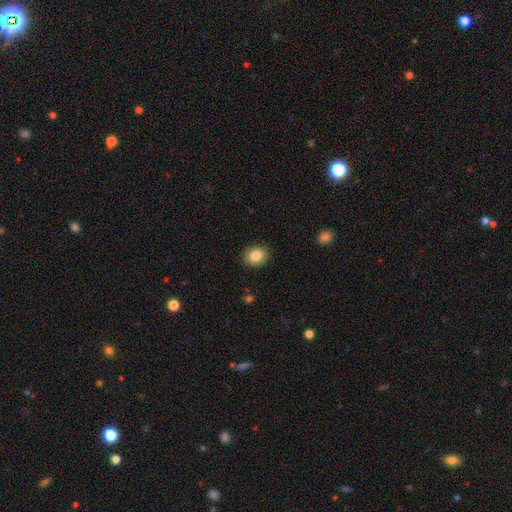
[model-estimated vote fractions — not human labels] Smooth or featured? Predicted: smooth (p=0.84). How rounded? Predicted: round (p=0.56). Merging? Predicted: none (p=0.89).